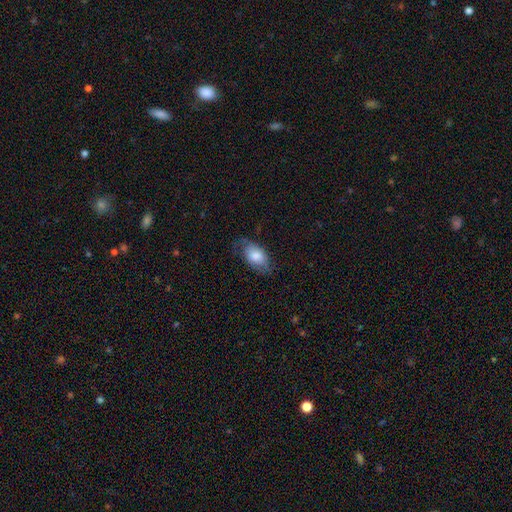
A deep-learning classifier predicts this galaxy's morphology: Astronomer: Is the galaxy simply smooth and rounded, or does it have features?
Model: smooth — 73%.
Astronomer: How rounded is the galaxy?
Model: in between — 92%.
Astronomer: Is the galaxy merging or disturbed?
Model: none — 61%.